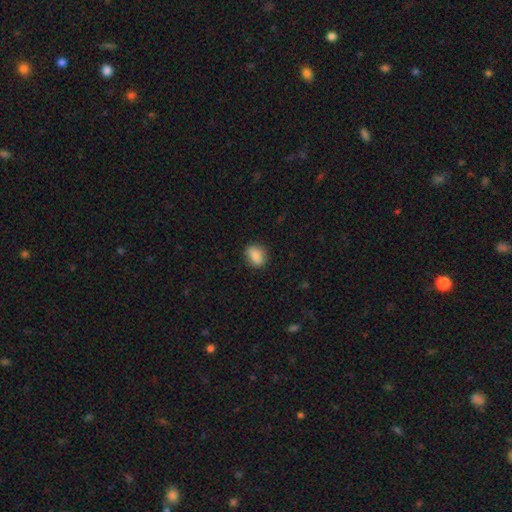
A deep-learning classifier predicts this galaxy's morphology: This appears to be a smooth galaxy with no disk features (84%) that is in between round and cigar-shaped (54%). Merging: none (81%).